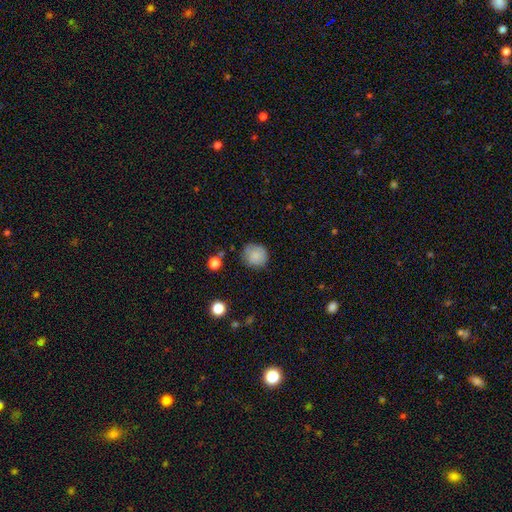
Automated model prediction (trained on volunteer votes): This is clearly a smooth galaxy (85%). How rounded: clearly round (89%). Merging: clearly none (80%).